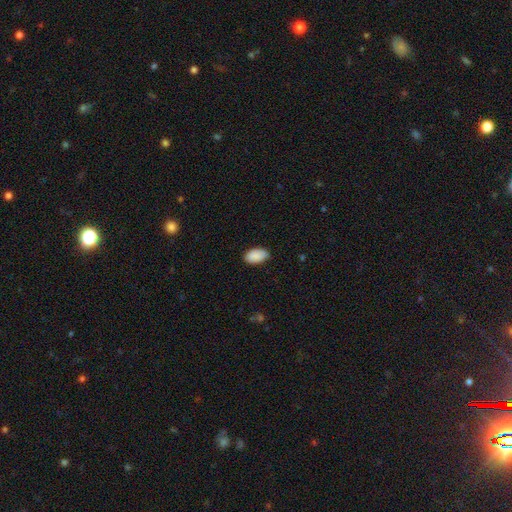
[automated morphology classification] Smooth or featured? Predicted: smooth (p=0.90). How rounded? Predicted: in between (p=0.95). Merging? Predicted: none (p=0.83).